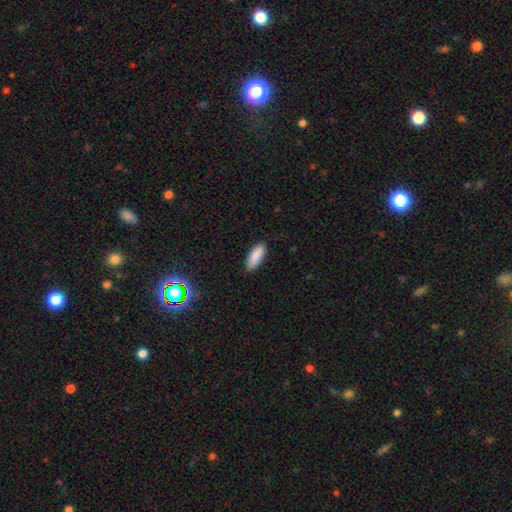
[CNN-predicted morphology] Q: Smooth or featured?
A: smooth (89%); runner-up: star or artifact (7%)
Q: How rounded?
A: in between (74%); runner-up: cigar-shaped (25%)
Q: Merging?
A: none (87%); runner-up: minor disturbance (10%)